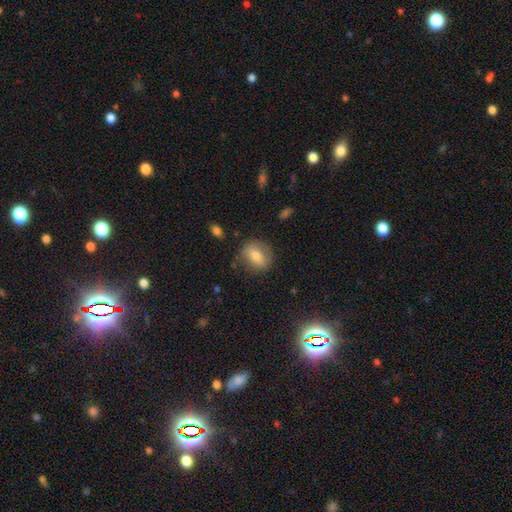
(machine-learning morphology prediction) smooth 68%, featured or disk 22%, star or artifact 10%. Down the decision tree: how rounded — round (55%); merging — none (79%).